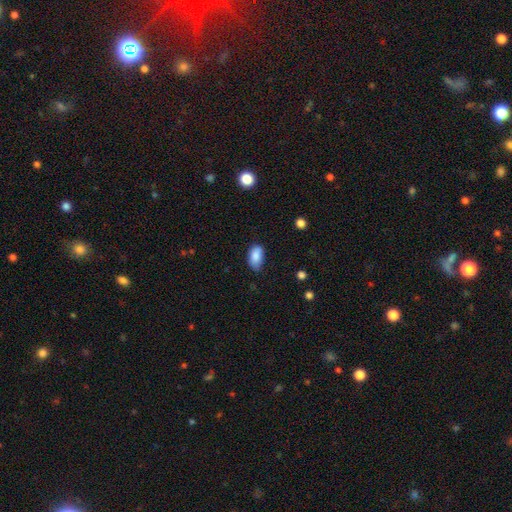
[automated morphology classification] This is clearly a smooth galaxy (85%). How rounded: clearly in between (92%). Merging: likely none (60%).